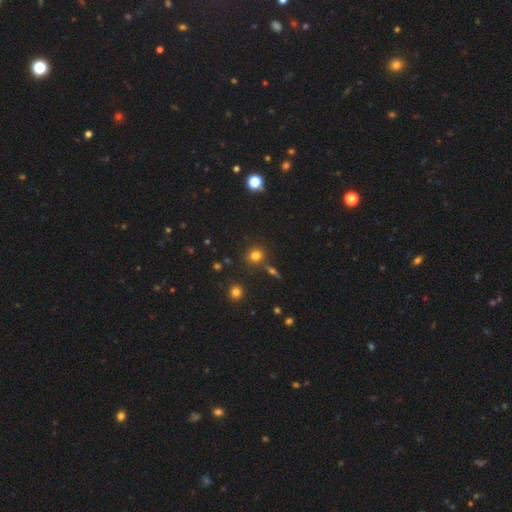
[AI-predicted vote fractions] Q: Smooth or featured?
A: smooth (76%); runner-up: star or artifact (17%)
Q: How rounded?
A: round (85%); runner-up: in between (14%)
Q: Merging?
A: none (77%); runner-up: merger (11%)